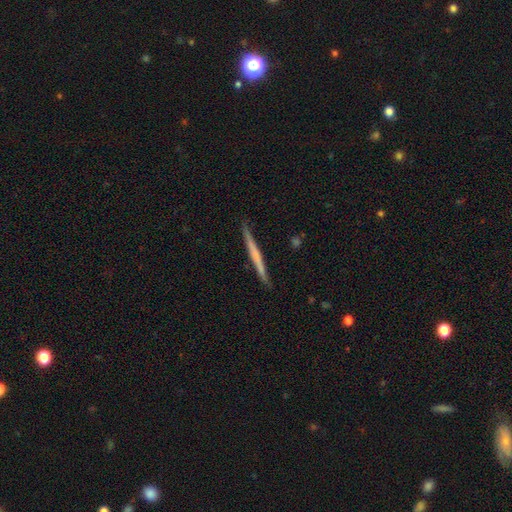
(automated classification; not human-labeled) Smooth or featured? featured or disk (51%)
Edge-on disk? yes (97%)
Merging? none (89%)